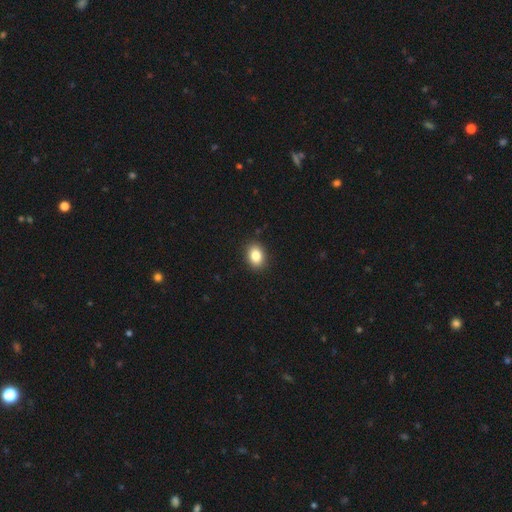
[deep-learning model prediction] This is clearly a smooth galaxy (85%). How rounded: likely in between (67%). Merging: clearly none (89%).